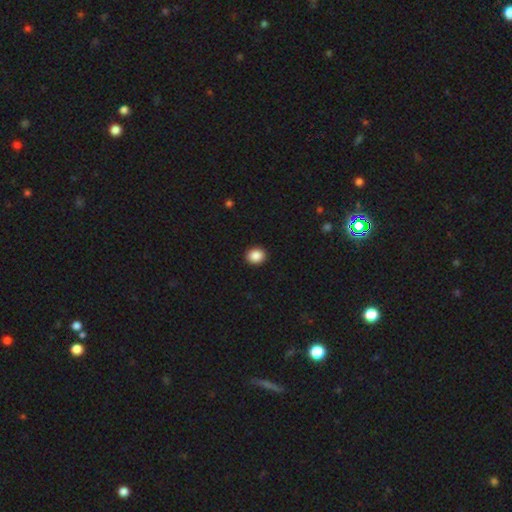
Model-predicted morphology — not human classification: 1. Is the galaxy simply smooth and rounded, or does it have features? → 88% smooth, 9% star or artifact, 3% featured or disk.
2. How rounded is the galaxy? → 72% round, 27% in between, 1% cigar-shaped.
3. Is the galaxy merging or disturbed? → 92% none, 5% minor disturbance, 2% major disturbance, 1% merger.